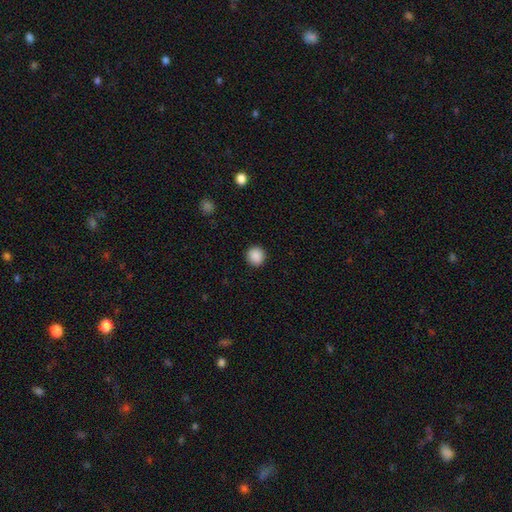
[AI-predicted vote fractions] The model was most divided on "smooth or featured": smooth: 89%, star or artifact: 9%, featured or disk: 2%. More confident: how rounded — round (93%); merging — none (92%).